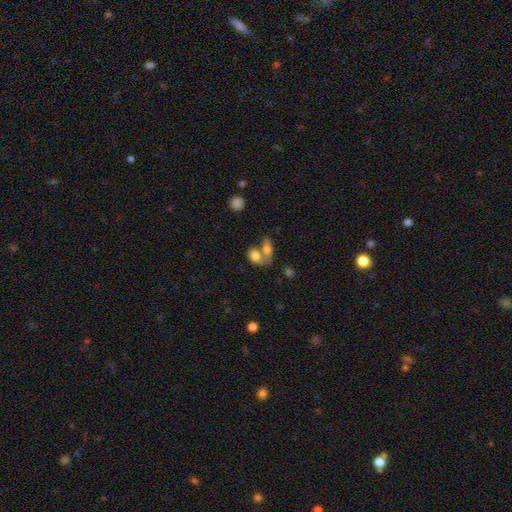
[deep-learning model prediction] This is likely a smooth galaxy (76%). How rounded: likely in between (72%). Merging: likely merger (61%).